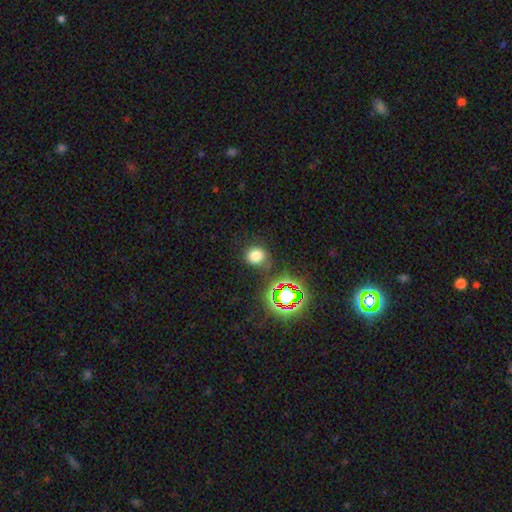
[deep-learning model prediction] Smooth or featured? Predicted: smooth (p=0.73). How rounded? Predicted: round (p=0.76). Merging? Predicted: none (p=0.78).